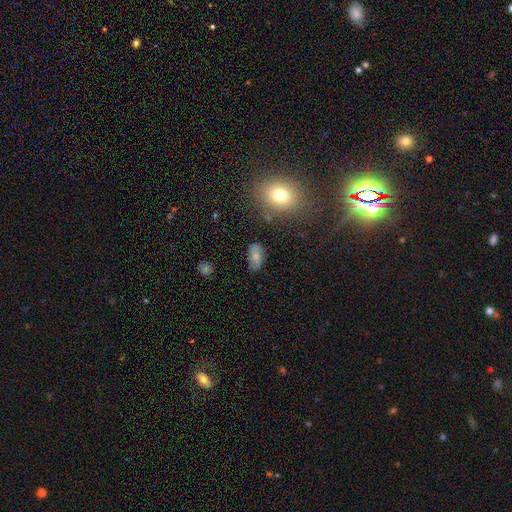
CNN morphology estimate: This appears to be a smooth galaxy with no disk features (66%) that is in between round and cigar-shaped (90%). Merging: none (73%).